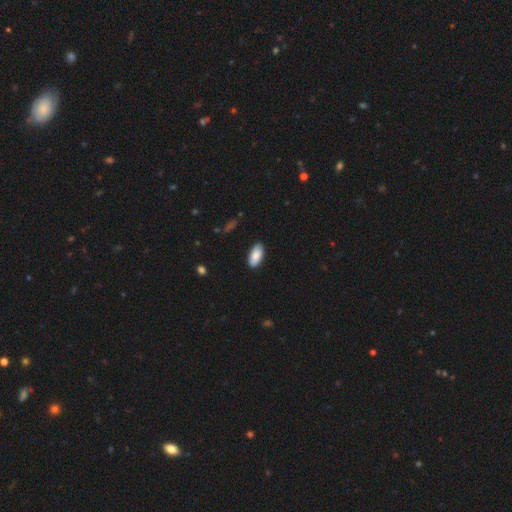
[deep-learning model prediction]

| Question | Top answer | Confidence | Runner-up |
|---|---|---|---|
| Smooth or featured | smooth | 88% | star or artifact (6%) |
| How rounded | in between | 93% | cigar-shaped (5%) |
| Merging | none | 88% | minor disturbance (9%) |